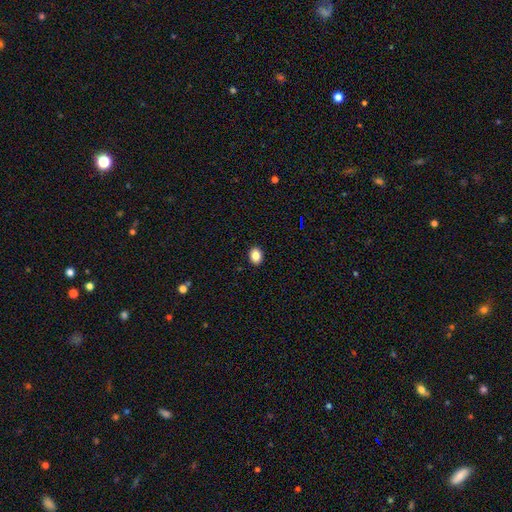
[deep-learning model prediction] smooth 85%, star or artifact 10%, featured or disk 5%. Down the decision tree: how rounded — in between (57%); merging — none (91%).